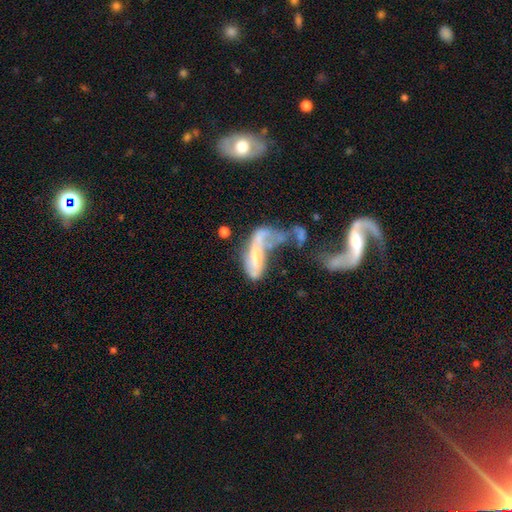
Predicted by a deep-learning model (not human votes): The model was most divided on "bulge size": none: 34%, small: 29%, moderate: 28%, large: 6%, dominant: 2%. More confident: edge-on disk — no (88%); smooth or featured — featured or disk (59%); spiral arms — no (58%); bar — no (58%); merging — merger (52%).